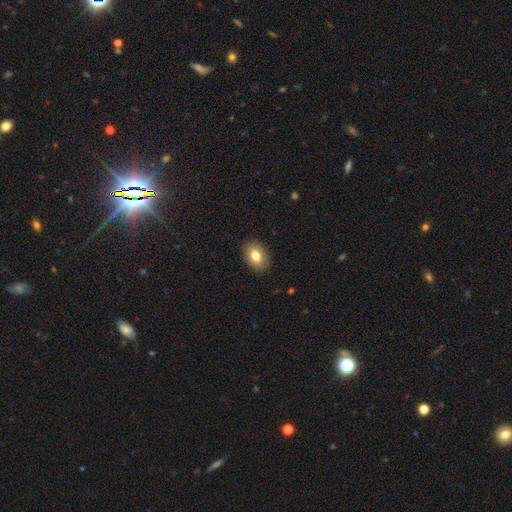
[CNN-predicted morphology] This appears to be a smooth galaxy with no disk features (79%) that is in between round and cigar-shaped (78%). Merging: none (89%).